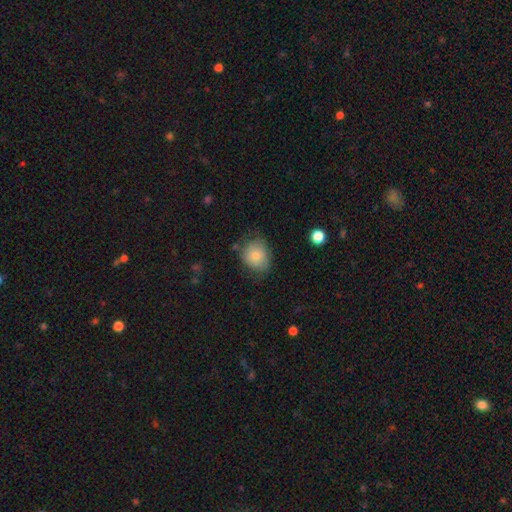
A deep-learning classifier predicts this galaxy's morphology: Smooth or featured?
  - smooth: 78% *
  - featured or disk: 13%
  - star or artifact: 8%
How rounded?
  - round: 65% *
  - in between: 34%
  - cigar-shaped: 1%
Merging?
  - none: 64% *
  - minor disturbance: 26%
  - major disturbance: 7%
  - merger: 3%